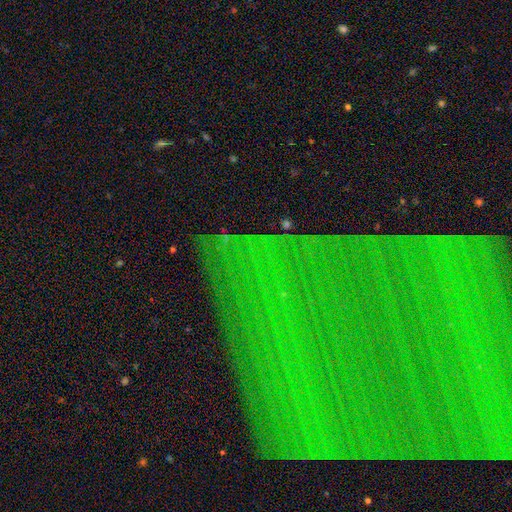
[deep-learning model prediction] star or artifact 83%, featured or disk 9%, smooth 8%.